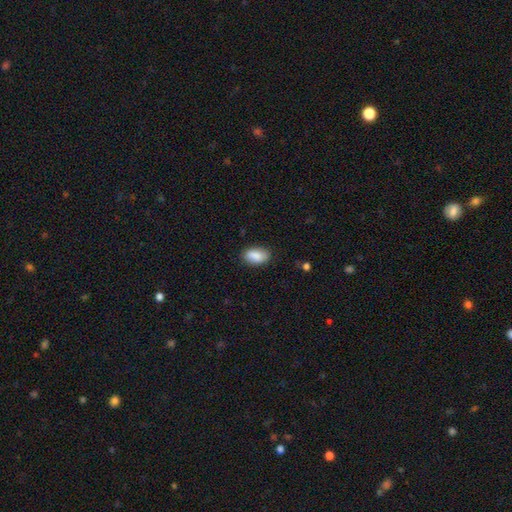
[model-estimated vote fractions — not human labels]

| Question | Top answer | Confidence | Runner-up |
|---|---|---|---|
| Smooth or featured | smooth | 89% | star or artifact (7%) |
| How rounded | in between | 93% | round (5%) |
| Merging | none | 85% | minor disturbance (11%) |